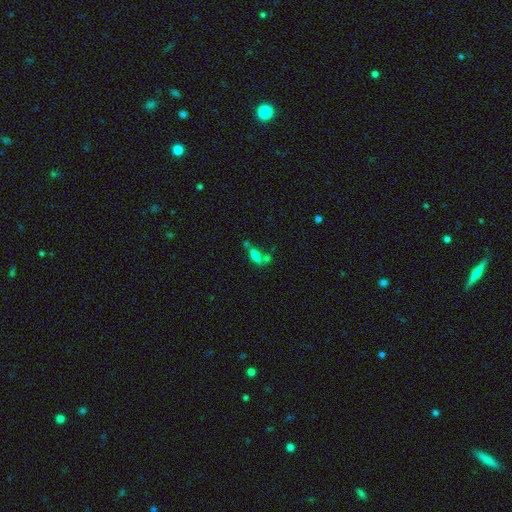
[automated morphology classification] type=smooth (58%); roundness=in between (60%); merging=none (43%).